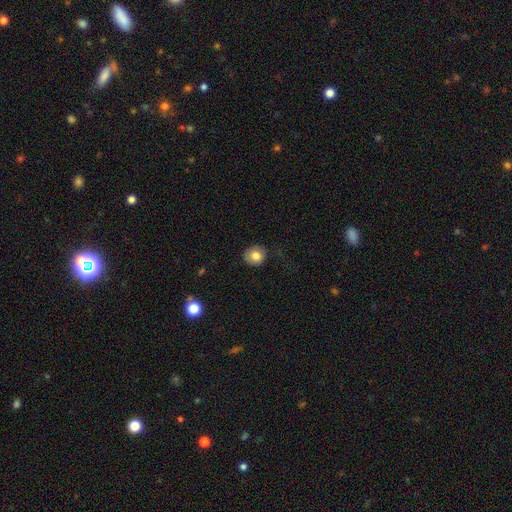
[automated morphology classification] Smooth or featured? Predicted: smooth (p=0.81). How rounded? Predicted: round (p=0.80). Merging? Predicted: none (p=0.75).